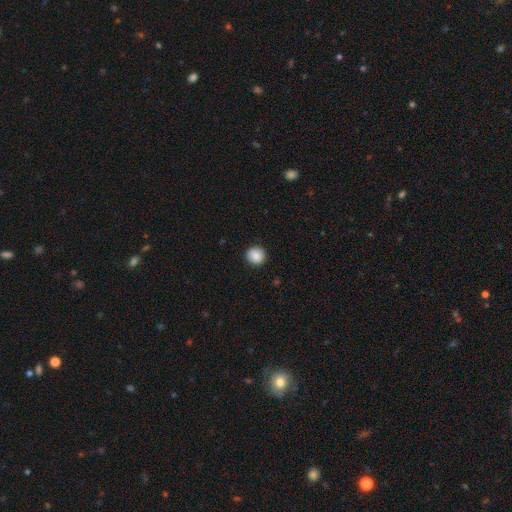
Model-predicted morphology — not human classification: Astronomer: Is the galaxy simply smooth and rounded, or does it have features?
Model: smooth — 86%.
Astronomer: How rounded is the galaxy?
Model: round — 90%.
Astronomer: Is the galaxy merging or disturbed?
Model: none — 89%.